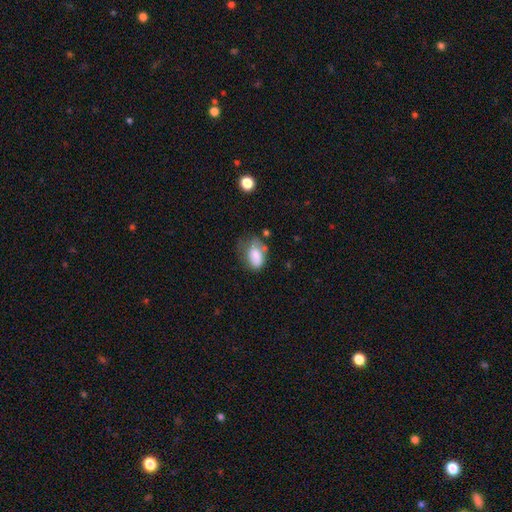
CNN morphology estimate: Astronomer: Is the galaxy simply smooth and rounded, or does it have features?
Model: smooth — 76%.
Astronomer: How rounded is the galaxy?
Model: in between — 89%.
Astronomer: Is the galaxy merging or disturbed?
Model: minor disturbance — 35%, tied with none at 35%.